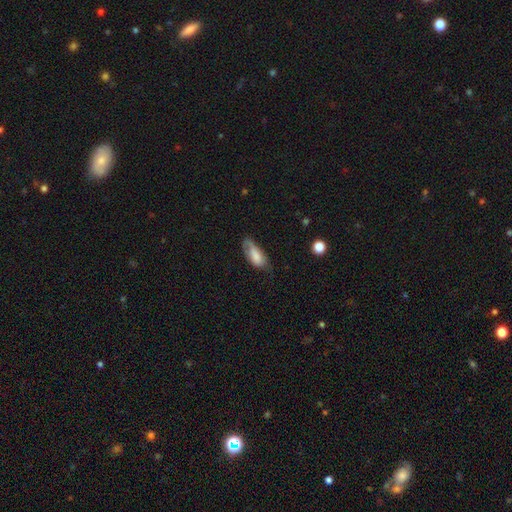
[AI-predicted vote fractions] A smooth galaxy with no disk features (71%) that is in between round and cigar-shaped (84%).

Vote fractions:
- Smooth or featured? smooth: 71% / featured or disk: 22% / star or artifact: 7%
- How rounded? in between: 84% / cigar-shaped: 14% / round: 2%
- Merging? none: 46% / minor disturbance: 35% / major disturbance: 17% / merger: 2%